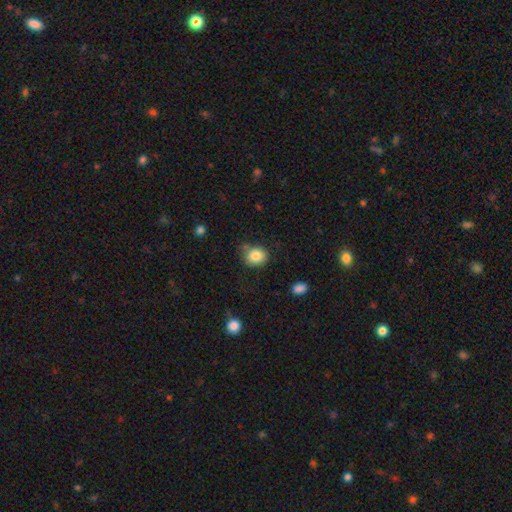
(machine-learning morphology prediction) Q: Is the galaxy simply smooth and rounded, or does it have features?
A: smooth — 84%.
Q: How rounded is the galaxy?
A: round — 69%.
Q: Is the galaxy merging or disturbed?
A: none — 71%.